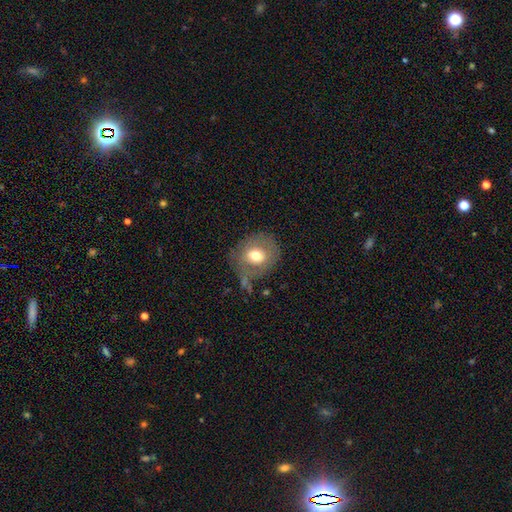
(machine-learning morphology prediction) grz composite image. It shows a smooth galaxy with no disk features (63%) that is round (77%). Merging: none (69%).